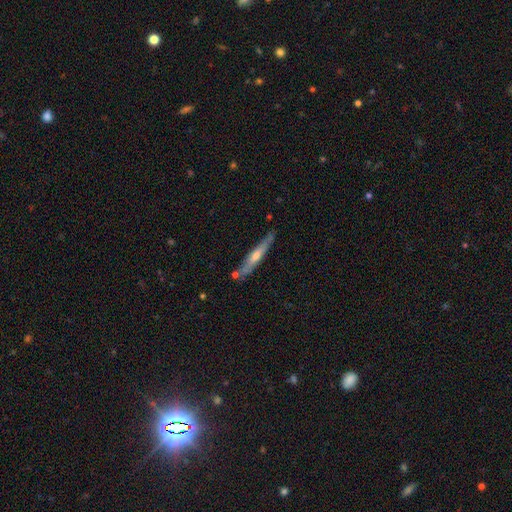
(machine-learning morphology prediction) A featured or disk galaxy (58%) viewed edge-on (93%) with a rounded central bulge (68%). Merging: none (78%).